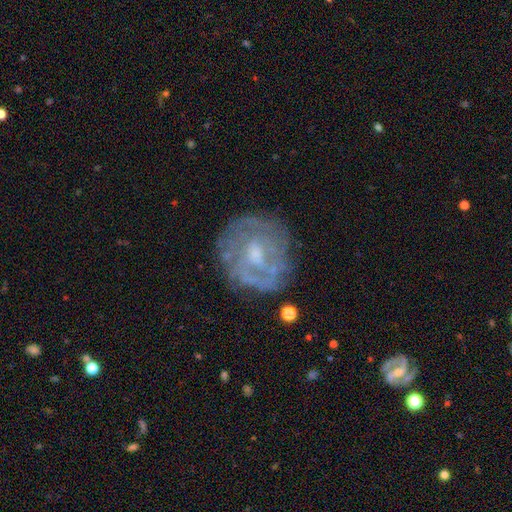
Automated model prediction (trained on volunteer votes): Morphology: type=featured or disk (70%); edge-on=no (97%); bar=no (55%); spiral arms=yes (54%); bulge=moderate (48%); merging=none (70%).